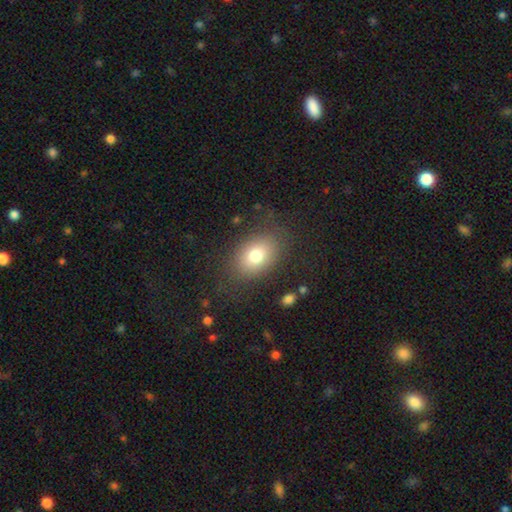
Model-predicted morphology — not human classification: A smooth galaxy with no disk features (76%) that is in between round and cigar-shaped (77%).

Vote fractions:
- Smooth or featured? smooth: 76% / featured or disk: 14% / star or artifact: 10%
- How rounded? in between: 77% / round: 22% / cigar-shaped: 1%
- Merging? none: 78% / minor disturbance: 13% / major disturbance: 7% / merger: 1%